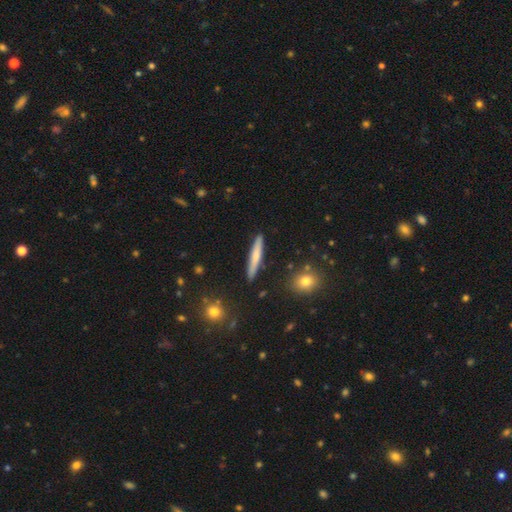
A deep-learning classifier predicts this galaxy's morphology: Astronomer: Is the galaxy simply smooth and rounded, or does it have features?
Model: smooth — 60%.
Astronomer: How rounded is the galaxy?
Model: cigar-shaped — 93%.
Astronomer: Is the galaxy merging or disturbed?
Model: none — 90%.